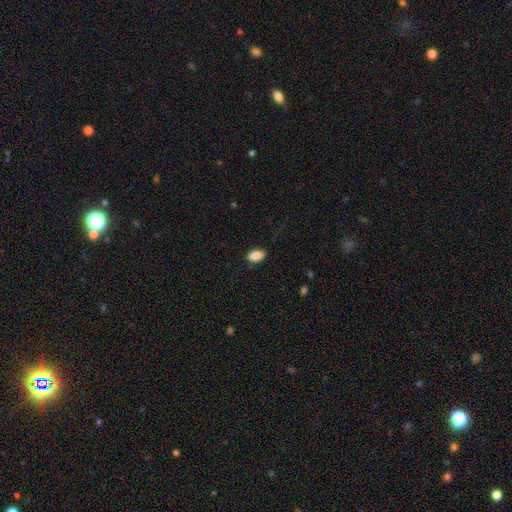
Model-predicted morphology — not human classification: This is clearly a smooth galaxy (87%). How rounded: clearly in between (91%). Merging: clearly none (84%).